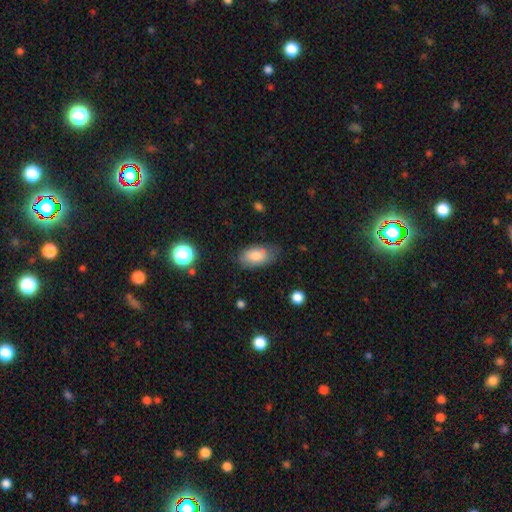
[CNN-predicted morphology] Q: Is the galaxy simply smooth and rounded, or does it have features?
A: smooth — 80%.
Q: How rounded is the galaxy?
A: in between — 92%.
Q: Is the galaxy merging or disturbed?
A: none — 66%.